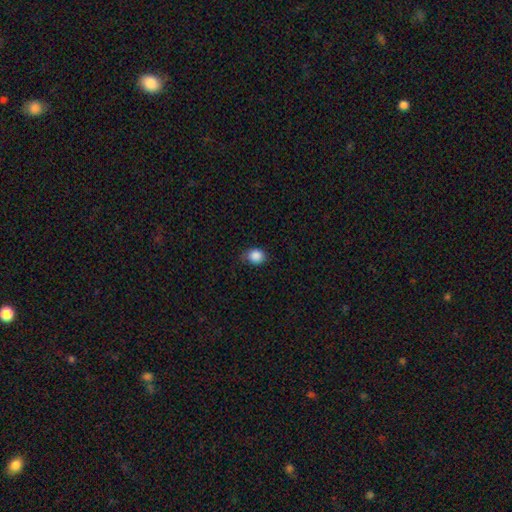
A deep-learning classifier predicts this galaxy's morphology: smooth-or-featured: smooth: 87% | star or artifact: 9% | featured or disk: 4%
  how-rounded: round: 72% | in between: 27% | cigar-shaped: 1%
  merging: none: 70% | minor disturbance: 24% | major disturbance: 5% | merger: 1%